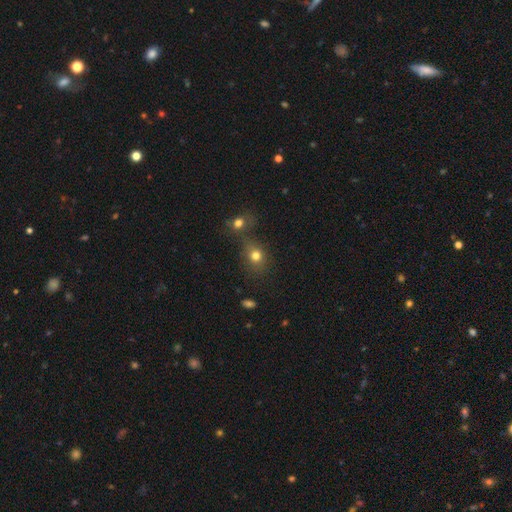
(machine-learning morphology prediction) Smooth or featured? Predicted: smooth (p=0.75). How rounded? Predicted: round (p=0.64). Merging? Predicted: none (p=0.56).